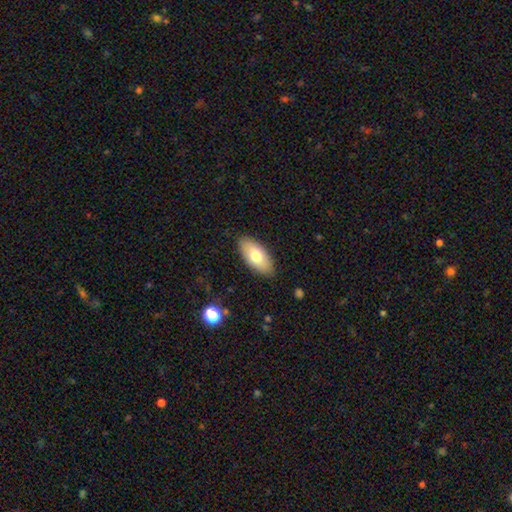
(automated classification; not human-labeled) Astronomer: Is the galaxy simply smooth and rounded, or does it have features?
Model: smooth — 73%.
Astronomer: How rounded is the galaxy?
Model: in between — 91%.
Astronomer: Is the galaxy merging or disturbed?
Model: none — 87%.